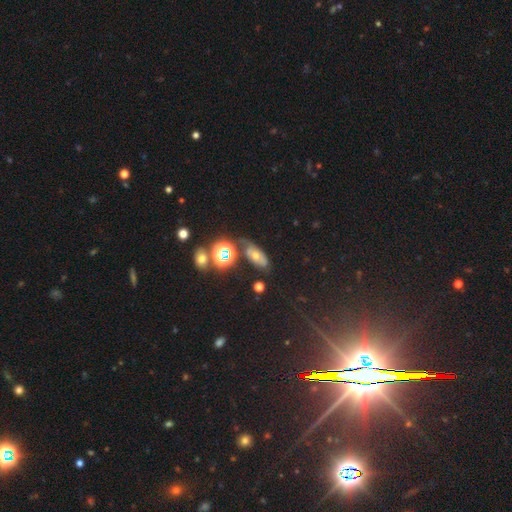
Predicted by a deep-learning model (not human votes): This is marginally a star or artifact rather than a galaxy (37%).